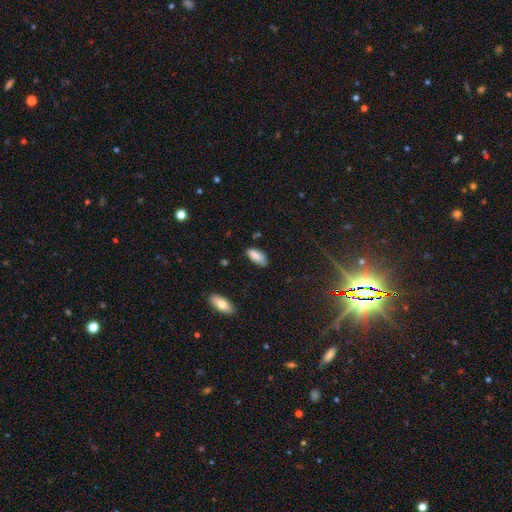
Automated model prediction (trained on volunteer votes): Smooth or featured?
  - smooth: 85% *
  - featured or disk: 8%
  - star or artifact: 7%
How rounded?
  - in between: 87% *
  - cigar-shaped: 11%
  - round: 2%
Merging?
  - none: 71% *
  - minor disturbance: 22%
  - major disturbance: 4%
  - merger: 2%